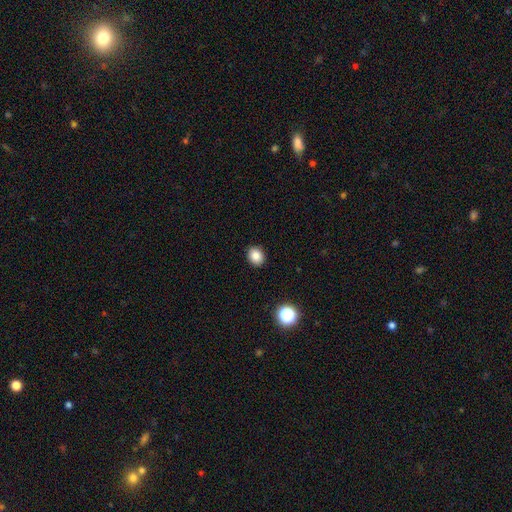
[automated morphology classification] This appears to be a smooth galaxy with no disk features (84%) that is round (61%). Merging: none (91%).